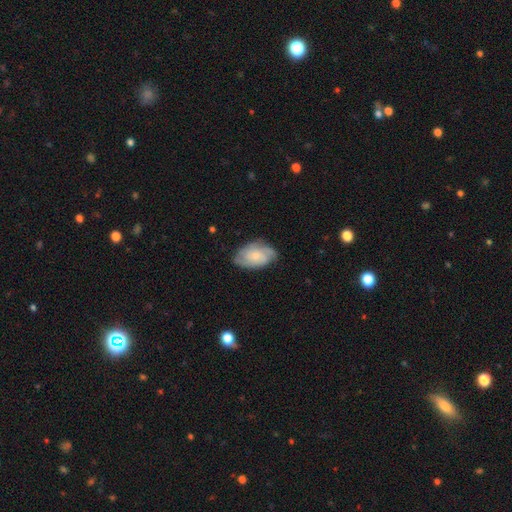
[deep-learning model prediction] Smooth or featured? Predicted: featured or disk (p=0.58). Edge-on disk? Predicted: no (p=0.96). Bar? Predicted: no (p=0.76). Spiral arms? Predicted: yes (p=0.88). Bulge size? Predicted: small (p=0.62). Merging? Predicted: none (p=0.71).